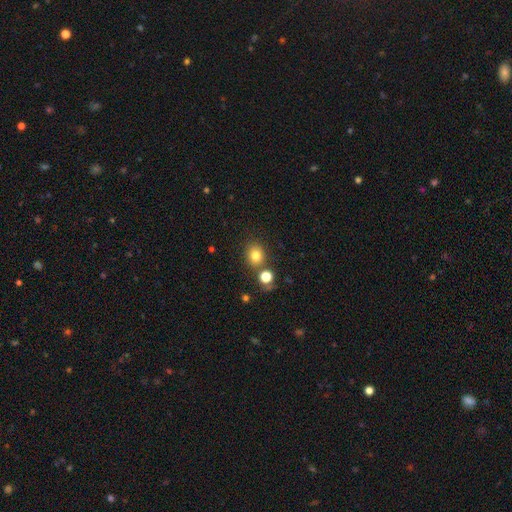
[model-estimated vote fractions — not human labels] Smooth or featured? Predicted: smooth (p=0.78). How rounded? Predicted: round (p=0.76). Merging? Predicted: none (p=0.76).